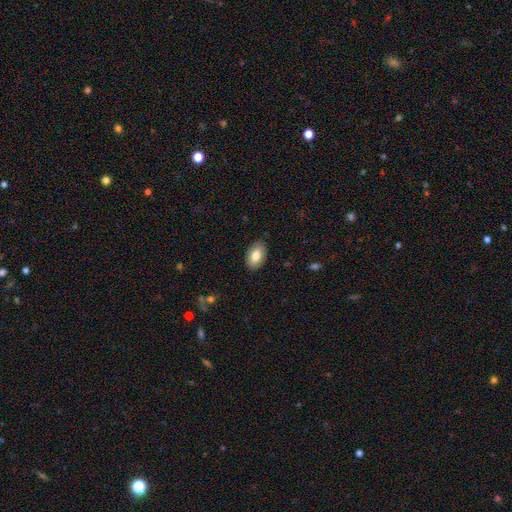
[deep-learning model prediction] The model was most divided on "smooth or featured": smooth: 80%, featured or disk: 14%, star or artifact: 7%. More confident: how rounded — in between (92%); merging — none (86%).